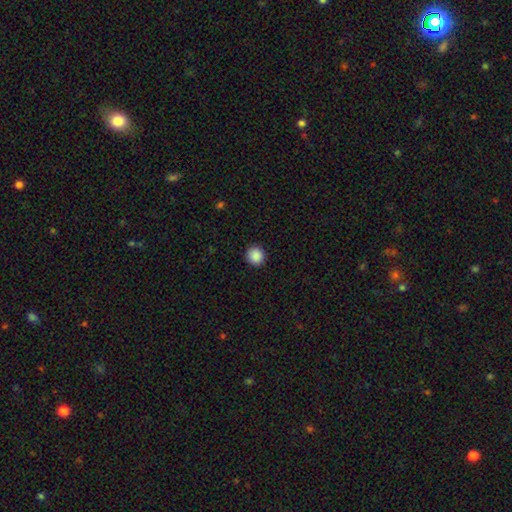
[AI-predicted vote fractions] smooth 89%, star or artifact 9%, featured or disk 2%. Down the decision tree: how rounded — round (94%); merging — none (92%).